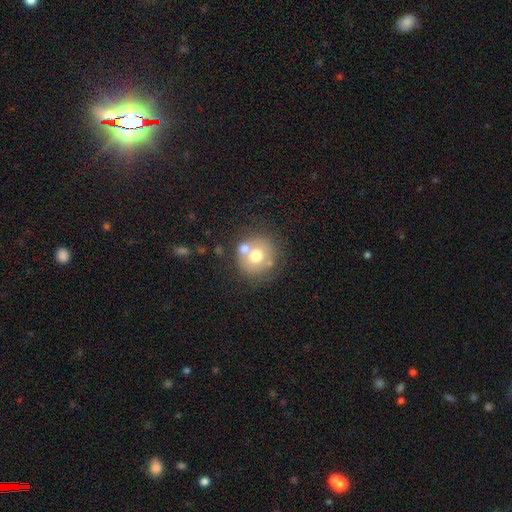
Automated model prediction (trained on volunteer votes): Q: Smooth or featured?
A: smooth (65%); runner-up: featured or disk (24%)
Q: How rounded?
A: round (90%); runner-up: in between (9%)
Q: Merging?
A: none (62%); runner-up: merger (22%)